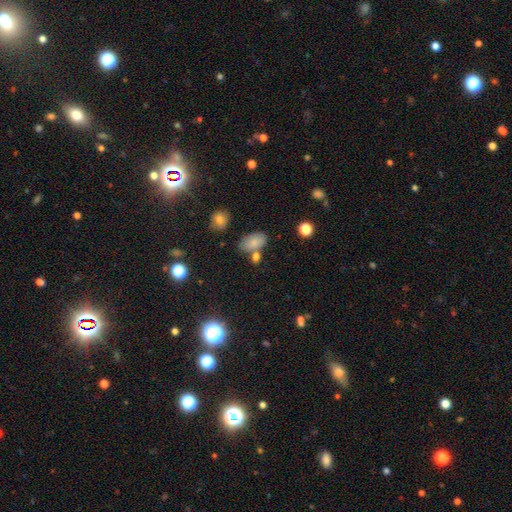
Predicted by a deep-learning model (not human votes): Smooth or featured: smooth — 72% (star or artifact — 18%)
How rounded: in between — 80% (round — 16%)
Merging: none — 60% (merger — 20%)